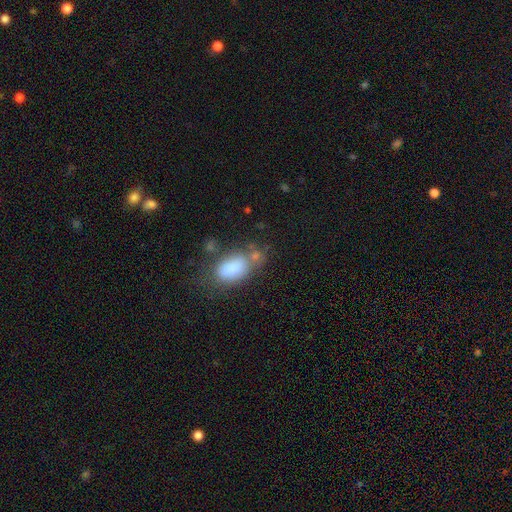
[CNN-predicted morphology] The model was most divided on "merging": none: 56%, minor disturbance: 20%, merger: 15%, major disturbance: 9%. More confident: how rounded — in between (86%); smooth or featured — smooth (76%).